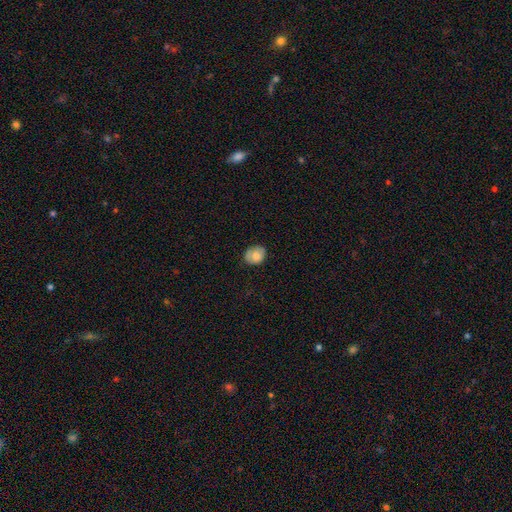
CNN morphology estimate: Smooth or featured?
  - smooth: 77% *
  - featured or disk: 15%
  - star or artifact: 8%
How rounded?
  - round: 57% *
  - in between: 42%
  - cigar-shaped: 1%
Merging?
  - none: 81% *
  - minor disturbance: 16%
  - major disturbance: 3%
  - merger: 1%